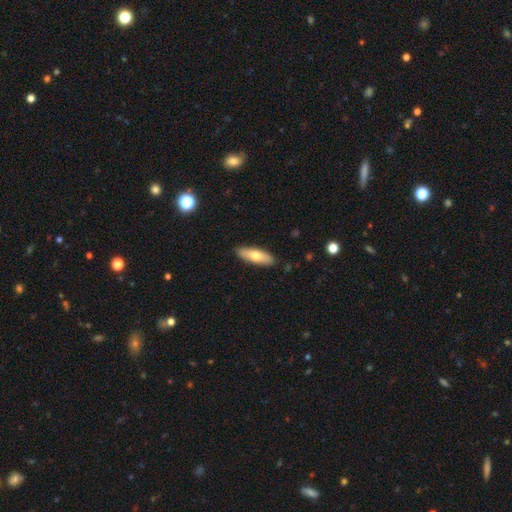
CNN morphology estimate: This appears to be a smooth galaxy with no disk features (68%) that is in between round and cigar-shaped (56%). Merging: none (88%).